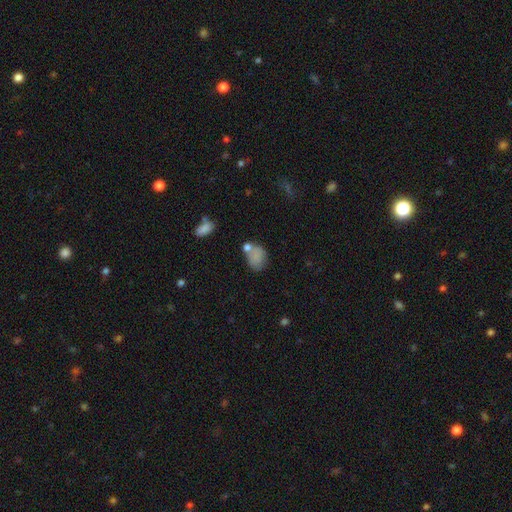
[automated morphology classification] type=smooth (78%); roundness=in between (68%); merging=none (48%).